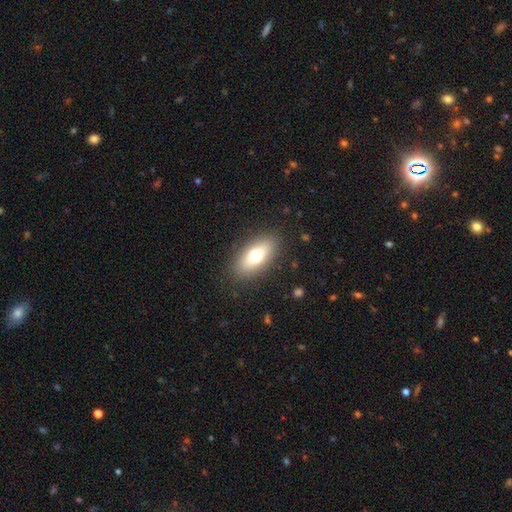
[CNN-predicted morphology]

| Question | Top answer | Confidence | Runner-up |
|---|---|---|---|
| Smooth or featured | smooth | 69% | featured or disk (23%) |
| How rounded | in between | 81% | cigar-shaped (15%) |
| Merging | none | 86% | minor disturbance (10%) |